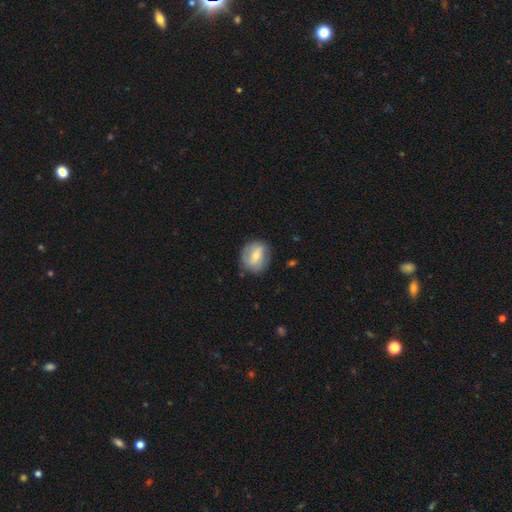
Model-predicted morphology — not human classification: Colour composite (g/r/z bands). It shows a smooth galaxy with no disk features (55%) that is round (66%). Merging: none (76%).